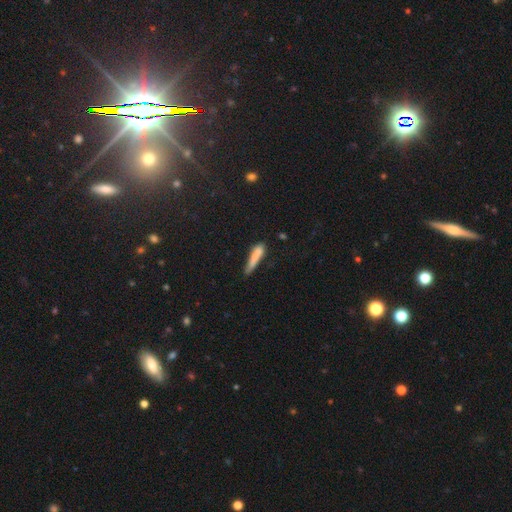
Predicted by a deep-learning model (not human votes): smooth-or-featured: smooth: 77% | featured or disk: 15% | star or artifact: 7%
  how-rounded: cigar-shaped: 88% | in between: 11% | round: 2%
  merging: none: 53% | minor disturbance: 33% | major disturbance: 10% | merger: 5%